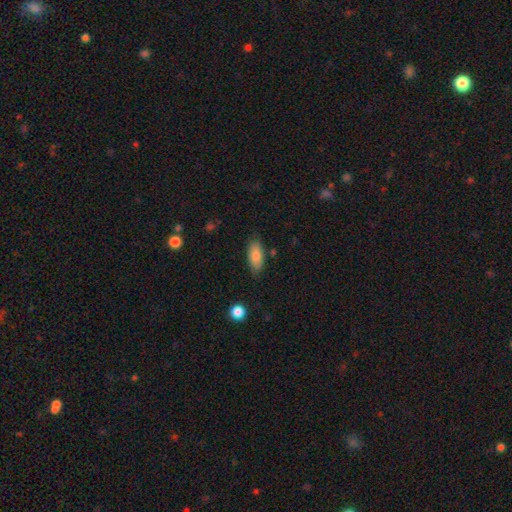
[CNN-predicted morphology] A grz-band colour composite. It shows a smooth galaxy with no disk features (83%) that is in between round and cigar-shaped (86%). Merging: none (79%).